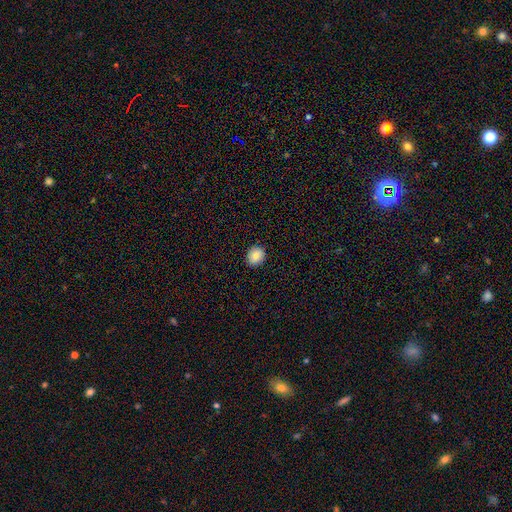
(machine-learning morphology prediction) smooth 84%, star or artifact 9%, featured or disk 8%. Down the decision tree: how rounded — round (62%); merging — none (89%).